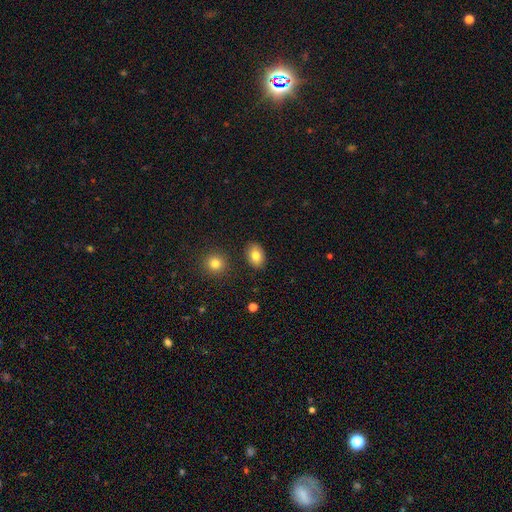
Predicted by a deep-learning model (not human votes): The model was most divided on "how rounded": in between: 79%, round: 20%, cigar-shaped: 1%. More confident: merging — none (87%); smooth or featured — smooth (82%).